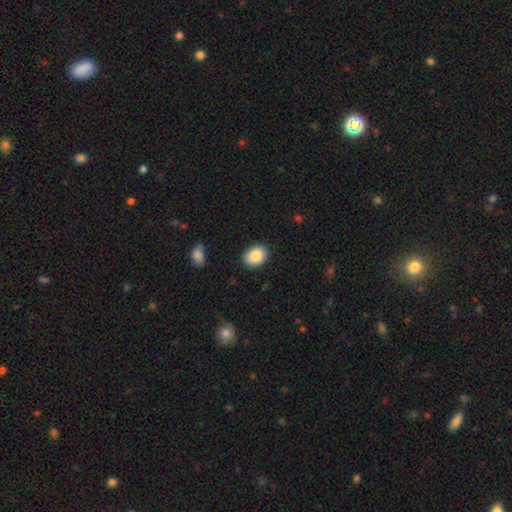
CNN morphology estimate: The model was most divided on "how rounded": in between: 64%, round: 35%, cigar-shaped: 1%. More confident: merging — none (88%); smooth or featured — smooth (87%).